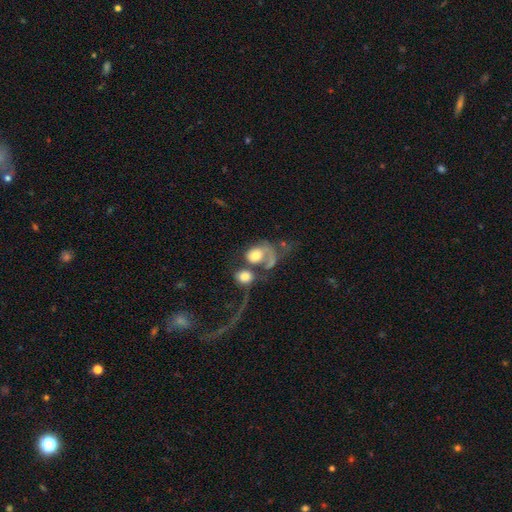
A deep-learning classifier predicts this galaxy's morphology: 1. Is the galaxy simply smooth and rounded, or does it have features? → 50% smooth, 41% featured or disk, 9% star or artifact.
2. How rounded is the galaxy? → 52% round, 46% in between, 2% cigar-shaped.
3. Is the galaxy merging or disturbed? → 49% merger, 27% major disturbance, 16% none, 8% minor disturbance.